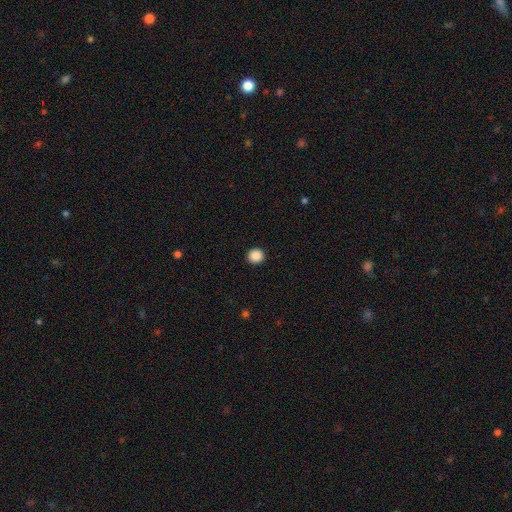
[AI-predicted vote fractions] smooth 89%, star or artifact 9%, featured or disk 2%. Down the decision tree: how rounded — round (93%); merging — none (93%).